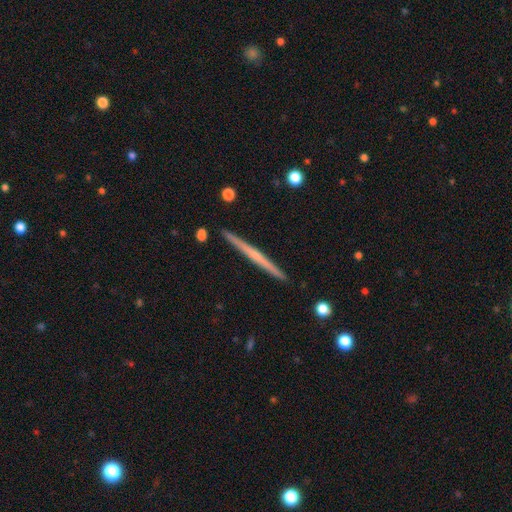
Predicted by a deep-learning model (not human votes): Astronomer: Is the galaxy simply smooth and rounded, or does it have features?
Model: featured or disk — 65%.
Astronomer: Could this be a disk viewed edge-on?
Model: yes — 98%.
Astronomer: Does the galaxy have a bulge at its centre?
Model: none — 61%.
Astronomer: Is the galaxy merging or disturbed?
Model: none — 92%.